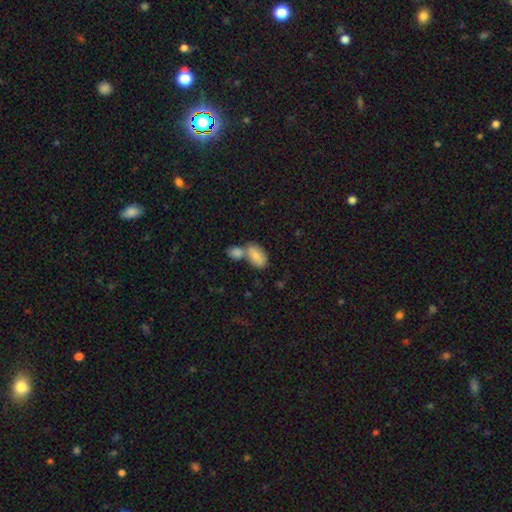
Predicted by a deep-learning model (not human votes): smooth-or-featured: smooth: 82% | featured or disk: 11% | star or artifact: 7%
  how-rounded: in between: 91% | round: 6% | cigar-shaped: 2%
  merging: merger: 62% | none: 26% | minor disturbance: 8% | major disturbance: 4%